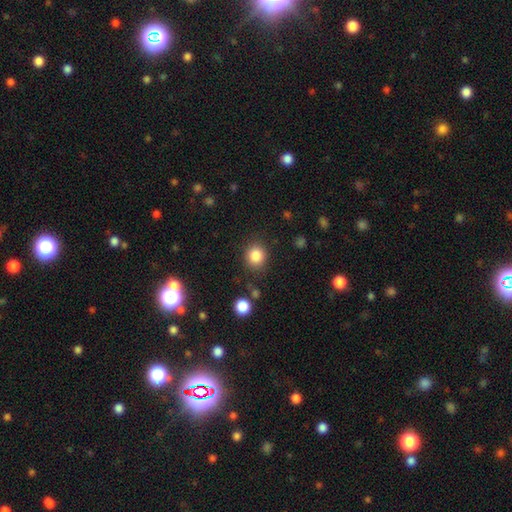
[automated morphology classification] A smooth galaxy with no disk features (84%) that is round (83%). Merging: none (84%).